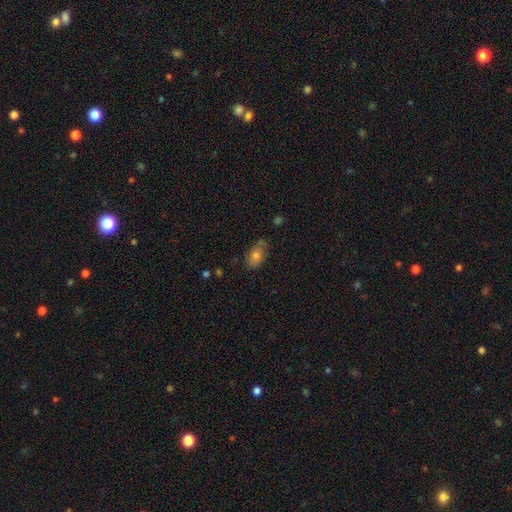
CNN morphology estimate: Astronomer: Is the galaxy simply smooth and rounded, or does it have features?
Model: smooth — 70%.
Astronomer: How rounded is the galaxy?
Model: in between — 87%.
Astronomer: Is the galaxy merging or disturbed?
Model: none — 66%.